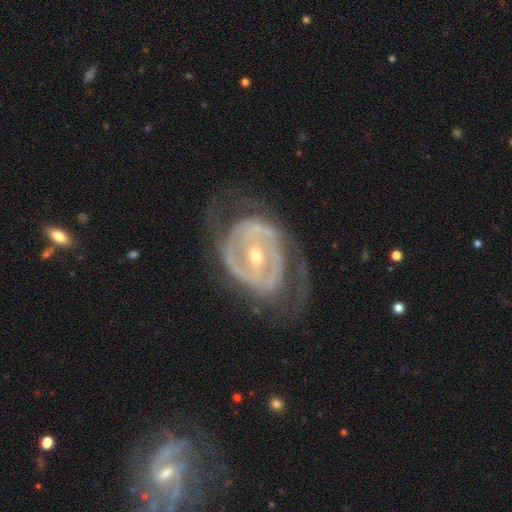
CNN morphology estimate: A featured or disk galaxy (87%) with a strong bar (37%), 2 (62%) tight (52%) spiral arms (80%) and a small central bulge (59%). Merging: none (61%).